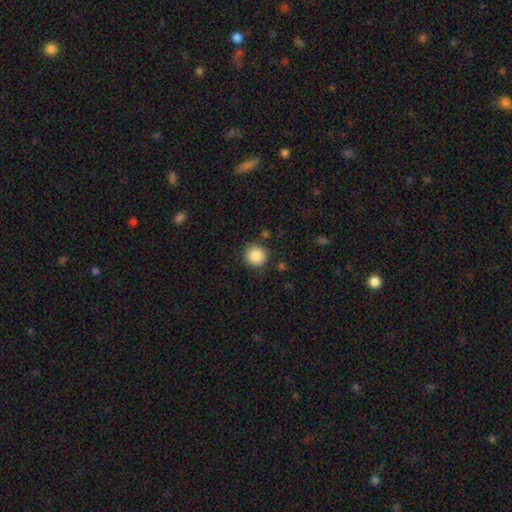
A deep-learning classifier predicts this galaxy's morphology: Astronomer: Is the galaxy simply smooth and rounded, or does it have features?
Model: smooth — 87%.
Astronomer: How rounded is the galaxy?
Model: round — 94%.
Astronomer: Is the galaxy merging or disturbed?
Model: none — 88%.